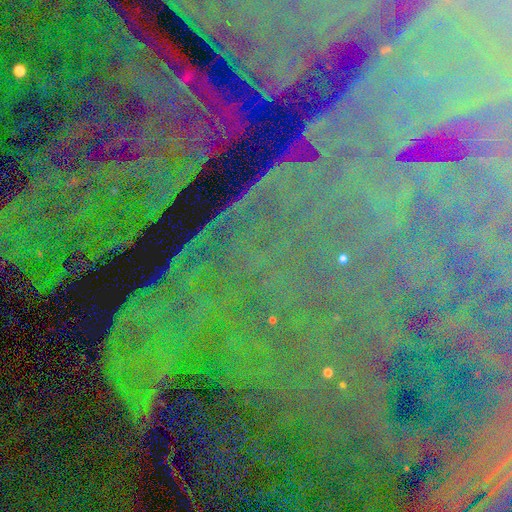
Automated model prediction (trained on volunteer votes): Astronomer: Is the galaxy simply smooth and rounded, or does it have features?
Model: star or artifact — 86%.